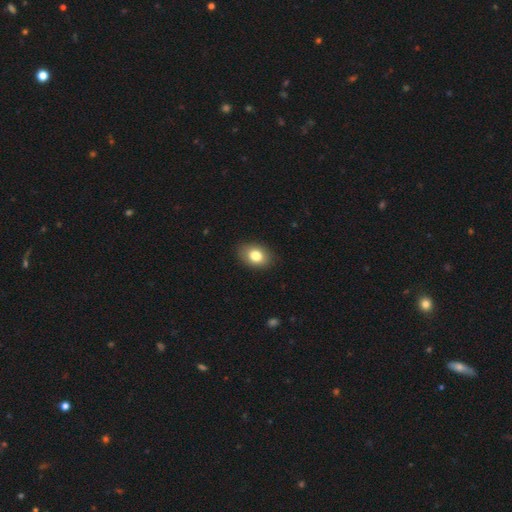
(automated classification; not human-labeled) Smooth or featured? smooth (81%)
How rounded? in between (77%)
Merging? none (87%)